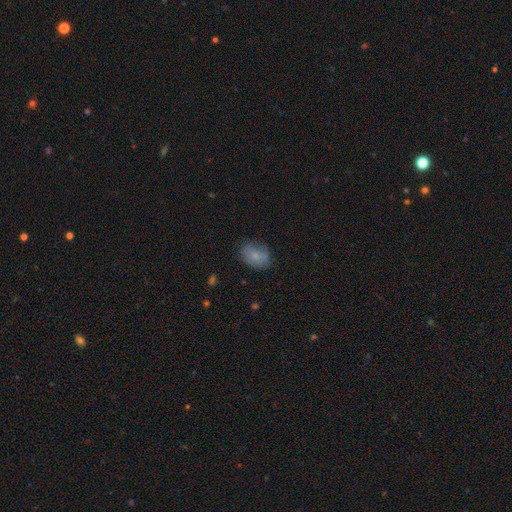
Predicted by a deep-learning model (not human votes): smooth_or_featured: smooth (p=0.74) [alt: featured or disk p=0.18]
how_rounded: in between (p=0.77) [alt: round p=0.21]
merging: none (p=0.67) [alt: minor disturbance p=0.22]